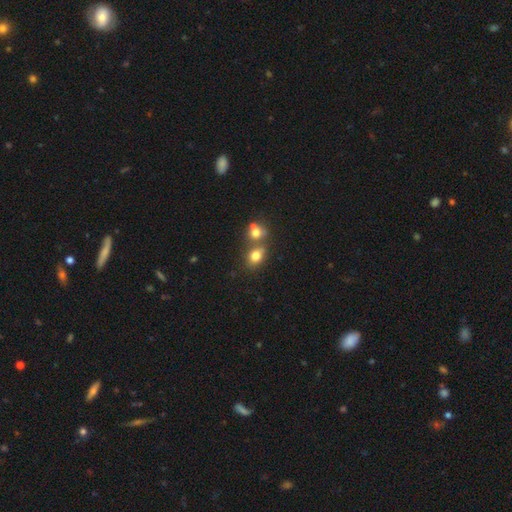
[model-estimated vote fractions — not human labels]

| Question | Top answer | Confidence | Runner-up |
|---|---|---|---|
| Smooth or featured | smooth | 77% | star or artifact (12%) |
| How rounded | round | 52% | in between (47%) |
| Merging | none | 44% | merger (43%) |